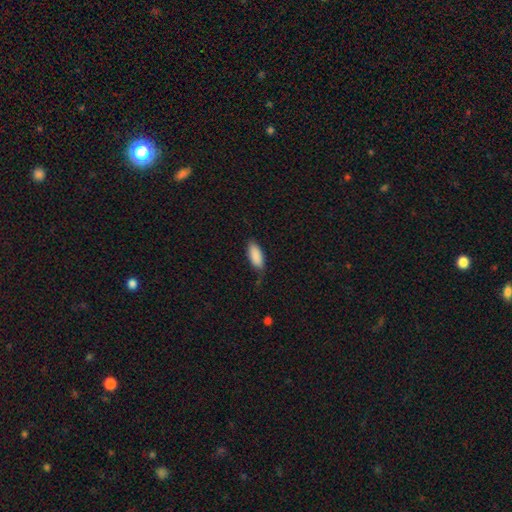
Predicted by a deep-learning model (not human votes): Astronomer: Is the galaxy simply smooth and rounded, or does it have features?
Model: smooth — 89%.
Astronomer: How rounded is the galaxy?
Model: in between — 86%.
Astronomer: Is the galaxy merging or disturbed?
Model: none — 72%.